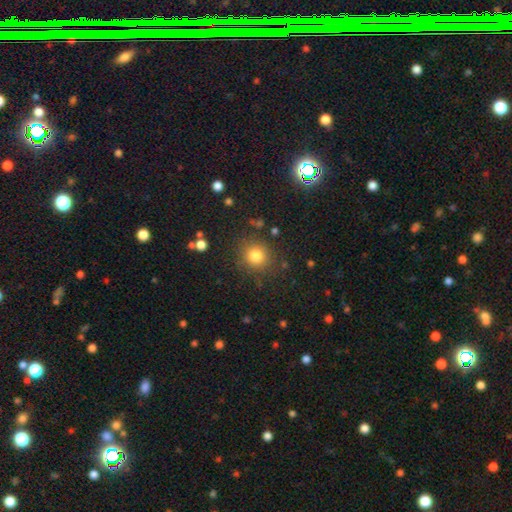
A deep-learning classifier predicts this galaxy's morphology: Q: Smooth or featured?
A: smooth (80%); runner-up: star or artifact (13%)
Q: How rounded?
A: round (91%); runner-up: in between (8%)
Q: Merging?
A: none (84%); runner-up: minor disturbance (9%)